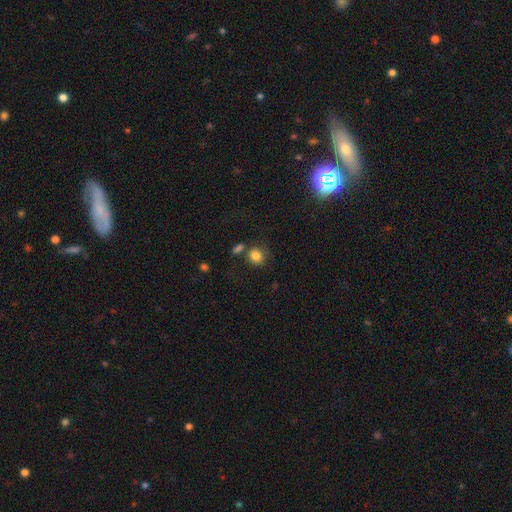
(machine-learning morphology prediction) Smooth or featured? Predicted: smooth (p=0.83). How rounded? Predicted: round (p=0.71). Merging? Predicted: none (p=0.64).